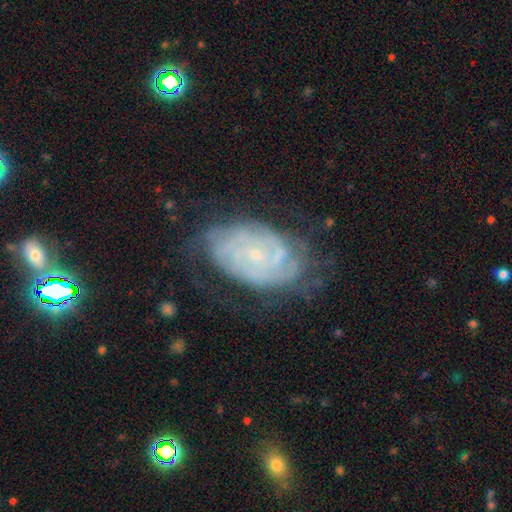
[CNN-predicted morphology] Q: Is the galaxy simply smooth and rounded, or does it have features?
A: featured or disk — 82%.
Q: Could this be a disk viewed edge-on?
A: no — 96%.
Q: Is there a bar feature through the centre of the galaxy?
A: no — 72%.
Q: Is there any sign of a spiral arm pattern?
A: yes — 93%.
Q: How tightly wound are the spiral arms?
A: tight — 74%.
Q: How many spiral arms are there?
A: can't tell — 43%.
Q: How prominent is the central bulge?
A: small — 82%.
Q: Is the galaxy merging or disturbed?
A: none — 64%.